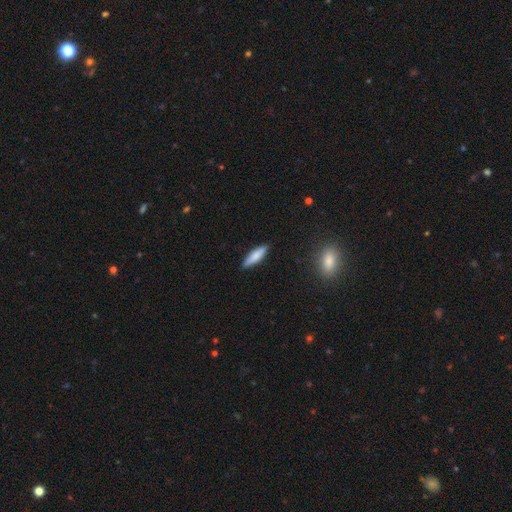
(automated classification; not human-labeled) Smooth or featured: smooth — 76% (featured or disk — 18%)
How rounded: cigar-shaped — 70% (in between — 28%)
Merging: none — 87% (minor disturbance — 10%)